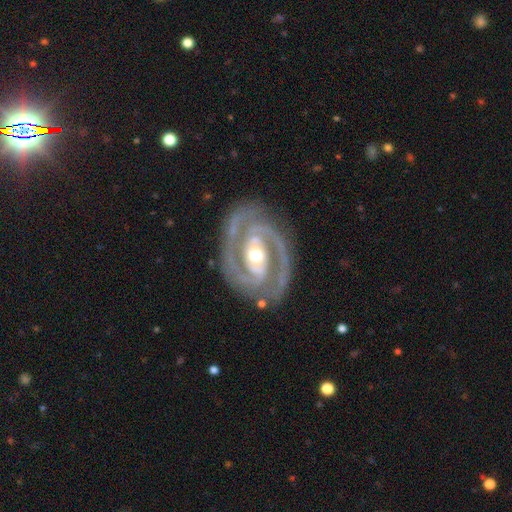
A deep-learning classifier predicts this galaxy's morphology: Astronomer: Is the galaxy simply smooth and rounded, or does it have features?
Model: featured or disk — 93%.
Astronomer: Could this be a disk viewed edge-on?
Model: no — 97%.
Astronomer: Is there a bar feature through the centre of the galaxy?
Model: no — 37% (runner-up: weak, 33%).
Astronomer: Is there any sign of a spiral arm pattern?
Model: yes — 98%.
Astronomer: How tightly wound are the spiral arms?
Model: tight — 57% (runner-up: medium, 38%).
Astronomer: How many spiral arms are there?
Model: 2 — 86%.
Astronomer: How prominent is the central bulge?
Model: moderate — 73%.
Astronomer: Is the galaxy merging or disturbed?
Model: none — 80%.